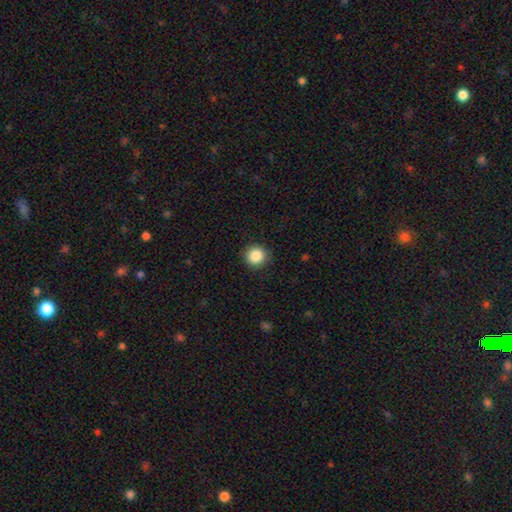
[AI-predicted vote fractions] A smooth galaxy with no disk features (87%) that is round (93%).

Vote fractions:
- Smooth or featured? smooth: 87% / star or artifact: 10% / featured or disk: 4%
- How rounded? round: 93% / in between: 6% / cigar-shaped: 1%
- Merging? none: 91% / minor disturbance: 6% / major disturbance: 2% / merger: 1%